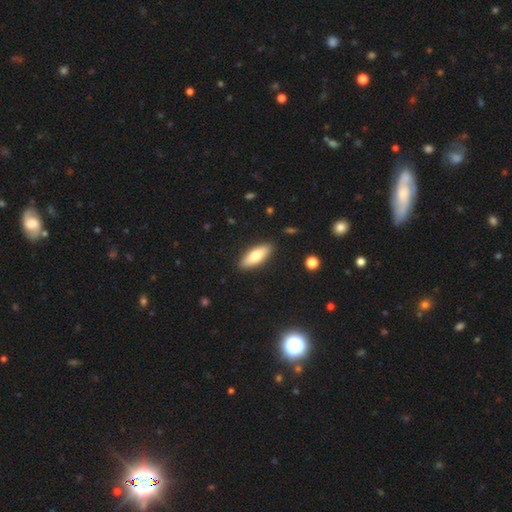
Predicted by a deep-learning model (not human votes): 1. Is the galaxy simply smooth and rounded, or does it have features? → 72% smooth, 22% featured or disk, 6% star or artifact.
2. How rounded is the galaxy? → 67% in between, 31% cigar-shaped, 2% round.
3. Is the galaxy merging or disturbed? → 89% none, 8% minor disturbance, 2% major disturbance, 1% merger.